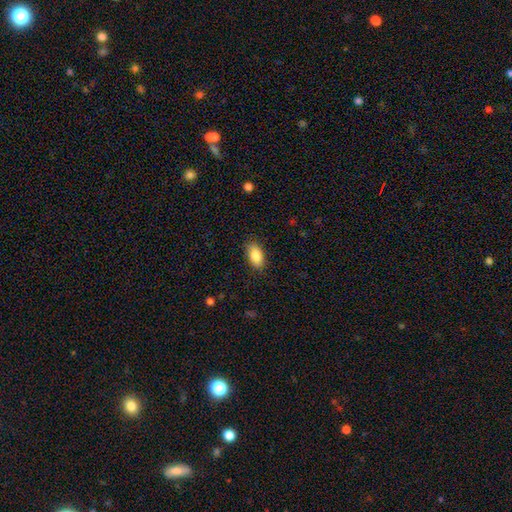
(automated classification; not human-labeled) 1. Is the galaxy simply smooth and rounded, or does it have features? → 87% smooth, 7% star or artifact, 6% featured or disk.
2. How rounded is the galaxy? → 92% in between, 4% round, 4% cigar-shaped.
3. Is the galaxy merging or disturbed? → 85% none, 11% minor disturbance, 3% major disturbance, 1% merger.